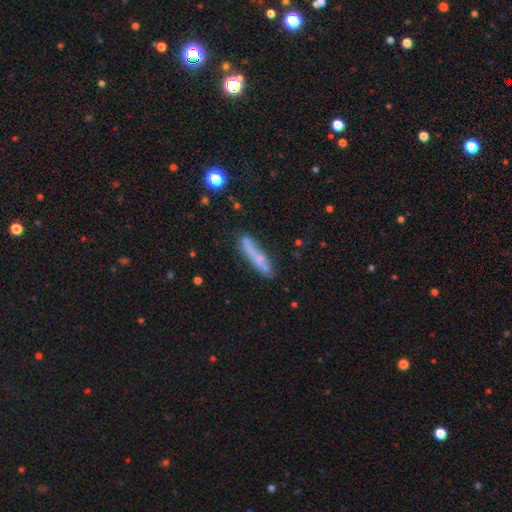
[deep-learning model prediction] Morphology: type=smooth (52%); roundness=cigar-shaped (88%); merging=none (63%).